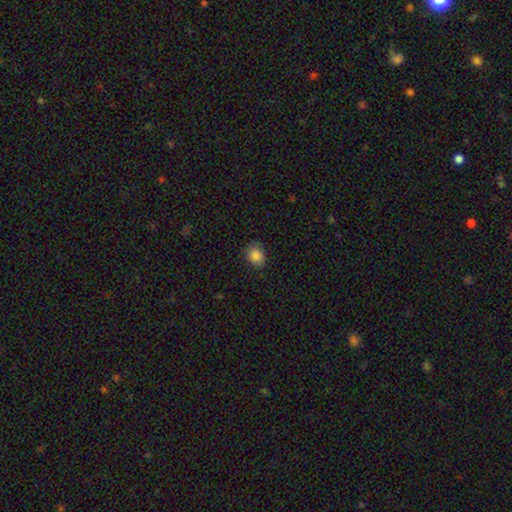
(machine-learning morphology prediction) A smooth galaxy with no disk features (87%) that is round (52%). Merging: none (80%).